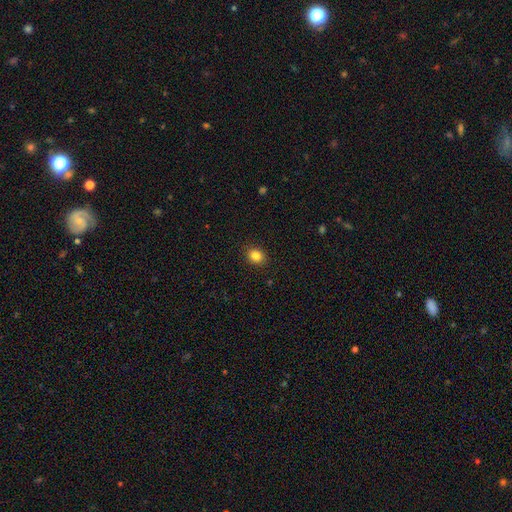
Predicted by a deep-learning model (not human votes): smooth 84%, star or artifact 11%, featured or disk 5%. Down the decision tree: how rounded — round (63%); merging — none (90%).